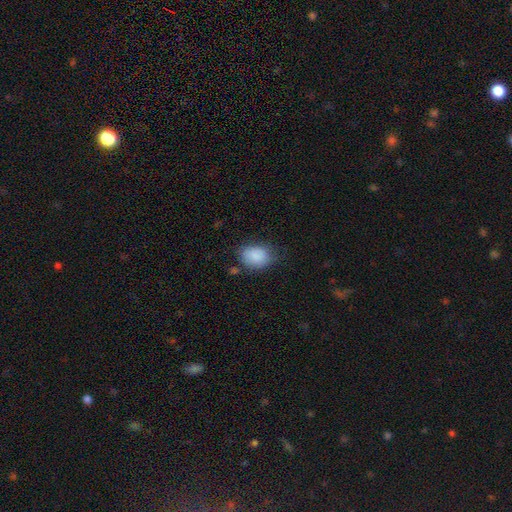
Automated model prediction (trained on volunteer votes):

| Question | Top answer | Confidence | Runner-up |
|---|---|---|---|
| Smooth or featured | smooth | 87% | star or artifact (7%) |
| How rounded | in between | 70% | round (29%) |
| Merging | none | 68% | minor disturbance (23%) |